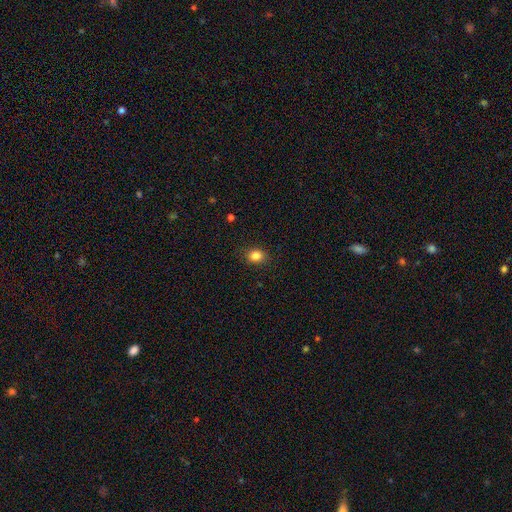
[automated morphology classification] Smooth or featured? Predicted: smooth (p=0.85). How rounded? Predicted: round (p=0.54). Merging? Predicted: none (p=0.88).